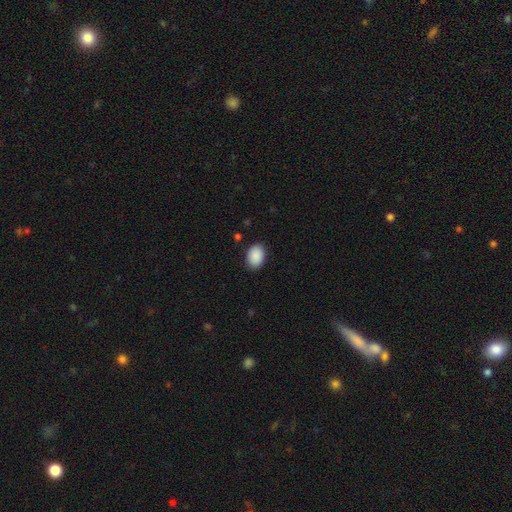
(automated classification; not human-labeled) Smooth or featured? smooth (91%)
How rounded? in between (79%)
Merging? none (88%)